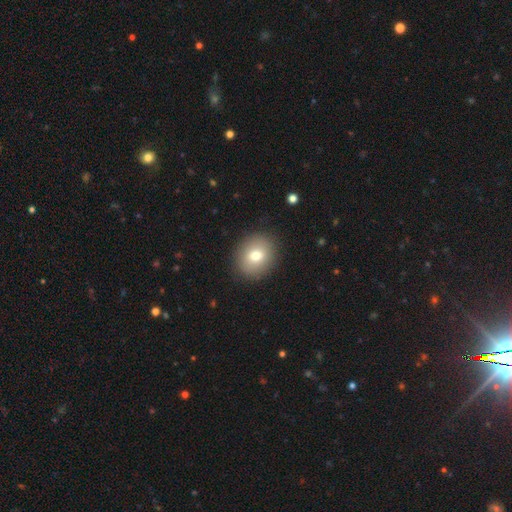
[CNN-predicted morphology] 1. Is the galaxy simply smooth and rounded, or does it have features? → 77% smooth, 14% featured or disk, 10% star or artifact.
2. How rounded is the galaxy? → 69% round, 30% in between, 1% cigar-shaped.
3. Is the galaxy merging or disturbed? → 89% none, 8% minor disturbance, 3% major disturbance, 1% merger.